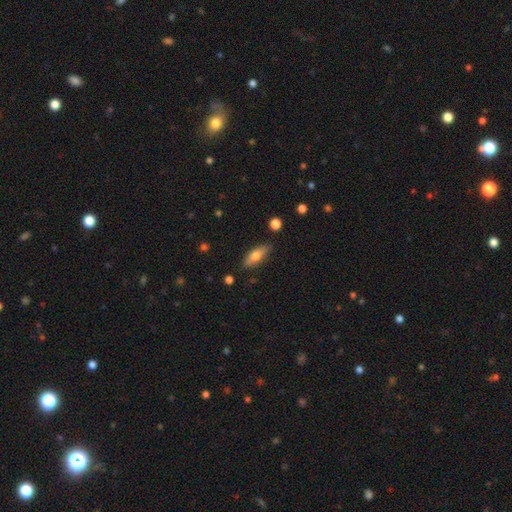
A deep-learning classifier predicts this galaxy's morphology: The model was most divided on "how rounded": in between: 59%, cigar-shaped: 38%, round: 3%. More confident: merging — none (84%); smooth or featured — smooth (64%).